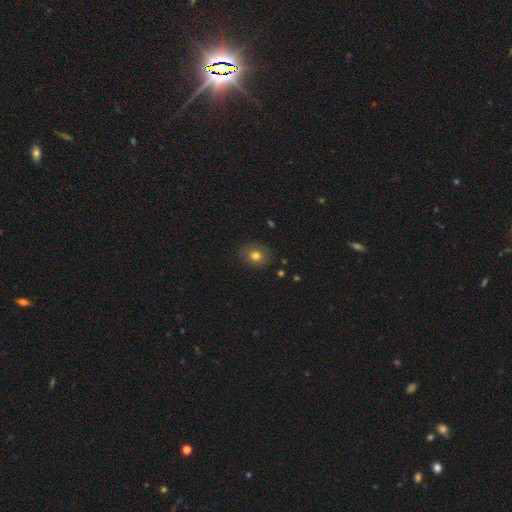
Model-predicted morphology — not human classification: type=smooth (77%); roundness=round (64%); merging=none (83%).